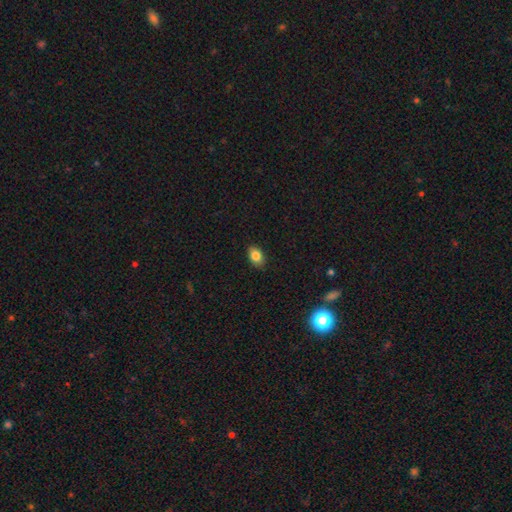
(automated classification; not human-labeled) Smooth or featured? smooth (84%)
How rounded? in between (83%)
Merging? none (87%)